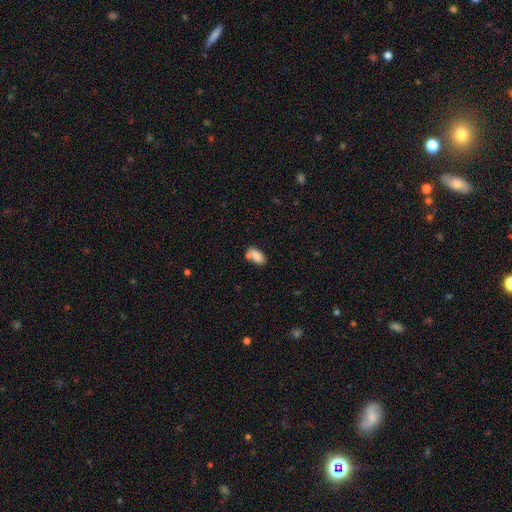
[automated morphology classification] Smooth or featured? Predicted: smooth (p=0.83). How rounded? Predicted: in between (p=0.91). Merging? Predicted: none (p=0.54).